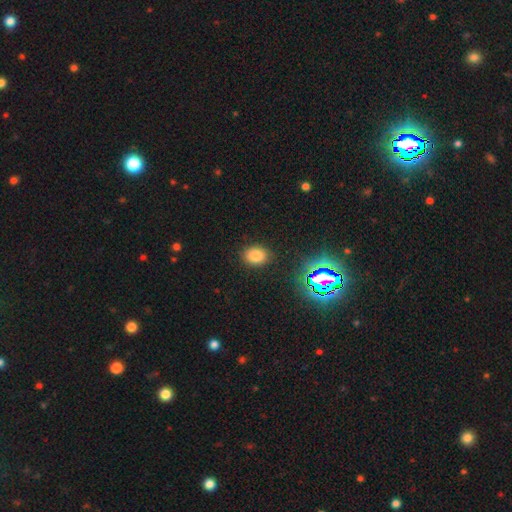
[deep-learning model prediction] Smooth or featured: smooth — 77% (star or artifact — 16%)
How rounded: in between — 56% (round — 43%)
Merging: none — 87% (minor disturbance — 9%)